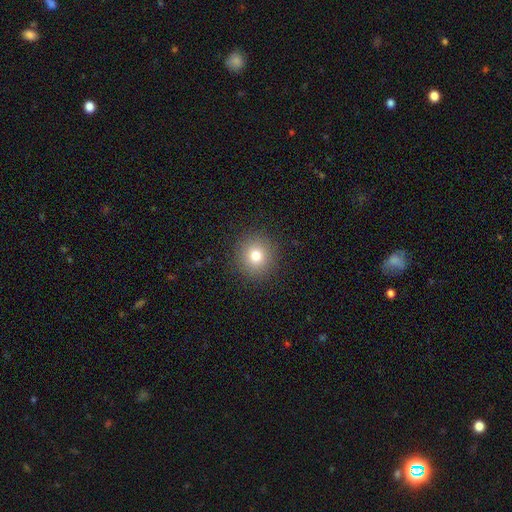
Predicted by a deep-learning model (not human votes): Smooth or featured: smooth — 78% (star or artifact — 13%)
How rounded: round — 93% (in between — 6%)
Merging: none — 91% (minor disturbance — 6%)